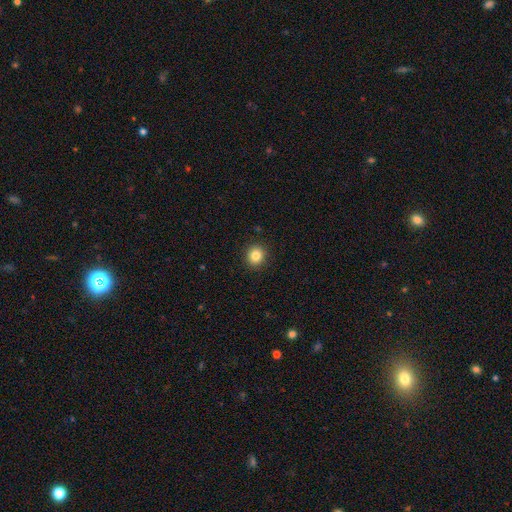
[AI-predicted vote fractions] Overall: smooth (84%). How rounded: round (85%). Merging: none (92%).